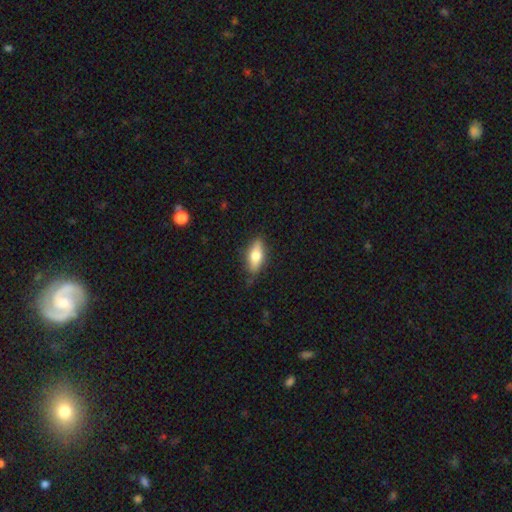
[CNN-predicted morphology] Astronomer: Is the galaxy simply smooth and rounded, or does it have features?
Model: smooth — 67%.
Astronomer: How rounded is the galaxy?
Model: in between — 72%.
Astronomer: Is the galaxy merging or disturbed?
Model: none — 80%.